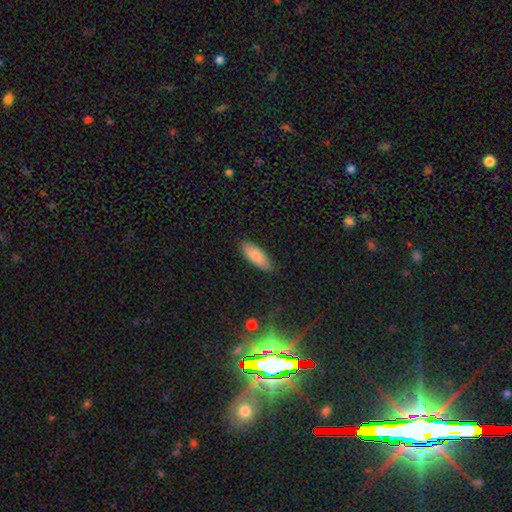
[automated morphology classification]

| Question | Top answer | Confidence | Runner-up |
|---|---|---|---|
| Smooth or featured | smooth | 85% | featured or disk (9%) |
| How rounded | in between | 76% | cigar-shaped (23%) |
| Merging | none | 85% | minor disturbance (12%) |